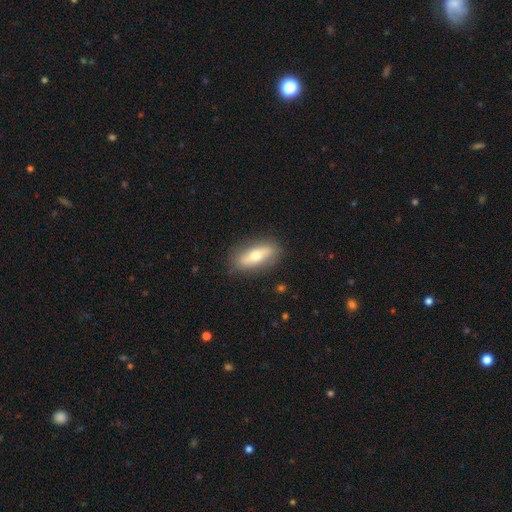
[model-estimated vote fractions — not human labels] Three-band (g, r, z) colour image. It shows a smooth galaxy with no disk features (55%) that is in between round and cigar-shaped (66%). Merging: none (85%).